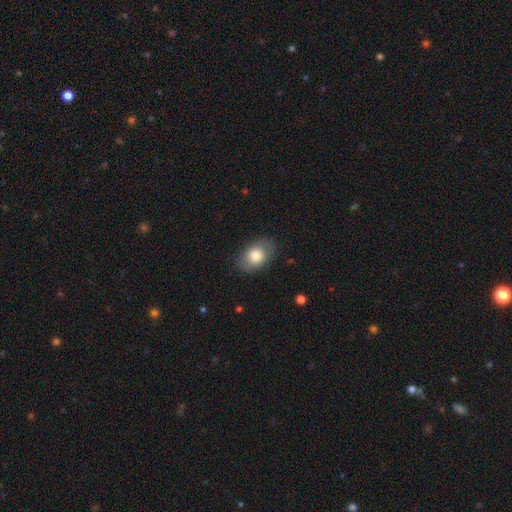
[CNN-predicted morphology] Overall: smooth (77%). How rounded: in between (82%). Merging: none (83%).